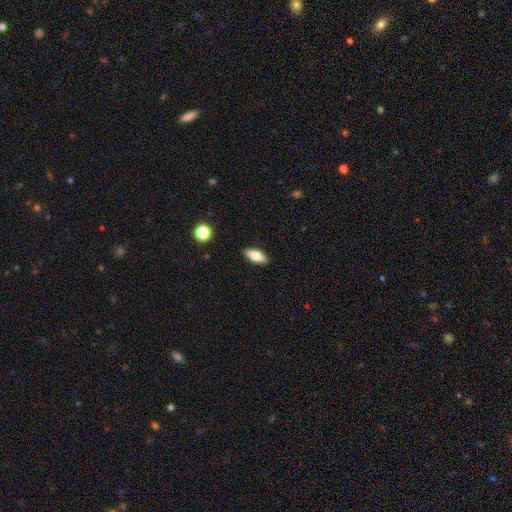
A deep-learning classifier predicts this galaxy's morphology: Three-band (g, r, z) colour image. It shows a smooth galaxy with no disk features (73%) that is in between round and cigar-shaped (75%). Merging: none (90%).